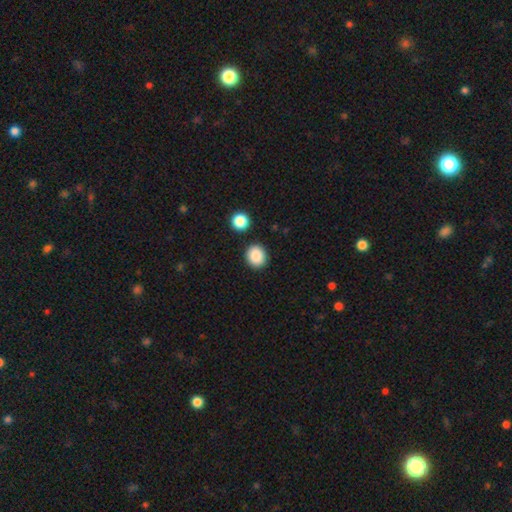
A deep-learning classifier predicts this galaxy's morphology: smooth-or-featured: smooth: 87% | star or artifact: 9% | featured or disk: 4%
  how-rounded: round: 75% | in between: 24% | cigar-shaped: 1%
  merging: none: 87% | minor disturbance: 7% | merger: 4% | major disturbance: 2%